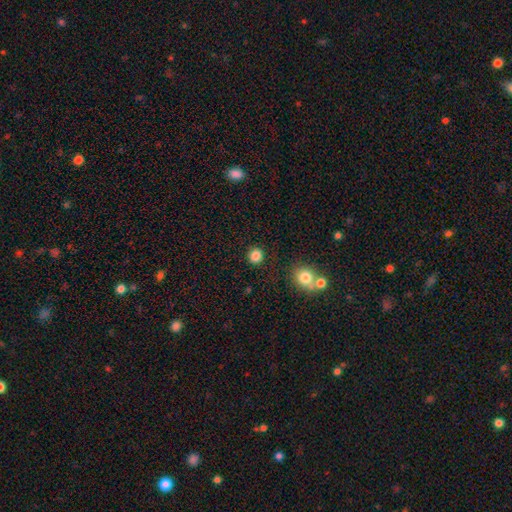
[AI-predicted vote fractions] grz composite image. It shows a smooth galaxy with no disk features (85%) that is round (88%). Merging: none (87%).